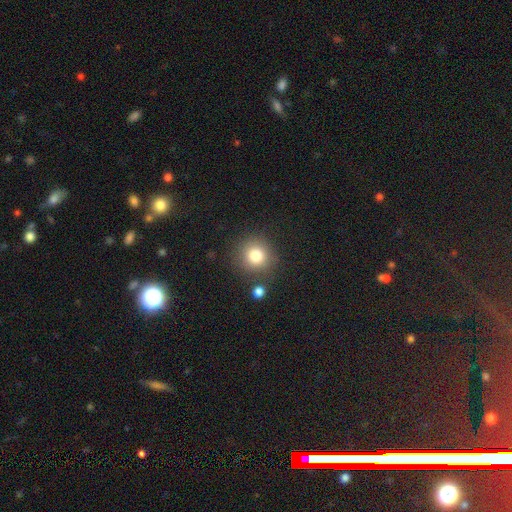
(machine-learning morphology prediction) type=smooth (80%); roundness=round (92%); merging=none (82%).